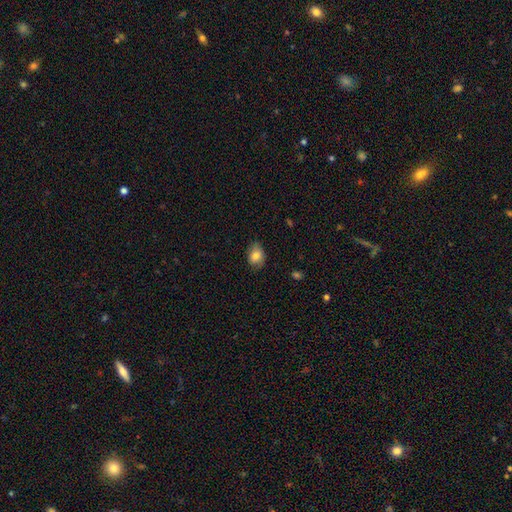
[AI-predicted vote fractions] smooth-or-featured: smooth: 78% | featured or disk: 13% | star or artifact: 8%
  how-rounded: in between: 73% | round: 26% | cigar-shaped: 1%
  merging: none: 71% | minor disturbance: 23% | major disturbance: 5% | merger: 1%